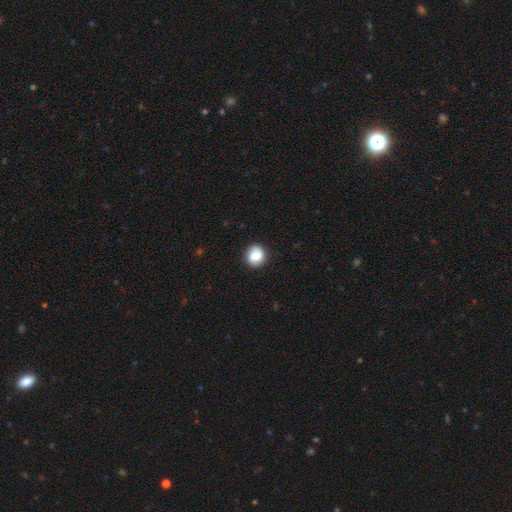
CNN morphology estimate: Smooth or featured? smooth (77%)
How rounded? round (84%)
Merging? none (84%)